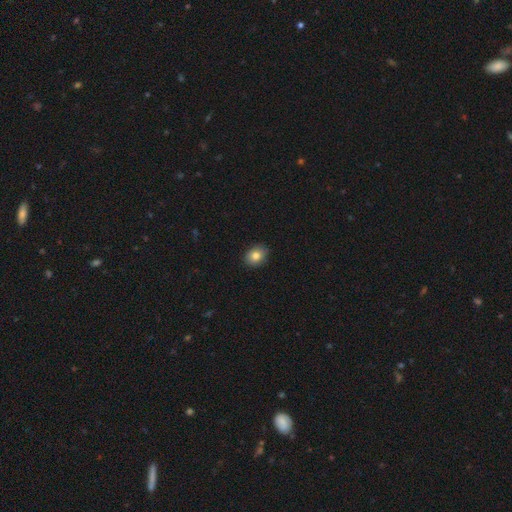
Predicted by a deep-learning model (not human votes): smooth_or_featured: smooth (p=0.82) [alt: star or artifact p=0.09]
how_rounded: in between (p=0.54) [alt: round p=0.45]
merging: none (p=0.88) [alt: minor disturbance p=0.09]